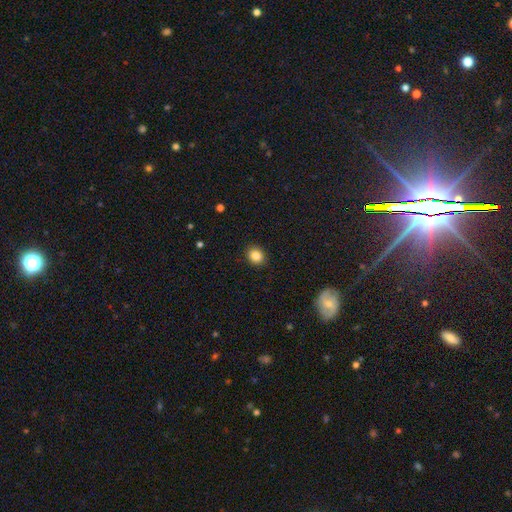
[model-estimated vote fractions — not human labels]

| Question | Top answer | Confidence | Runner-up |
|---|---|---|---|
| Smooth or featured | smooth | 85% | star or artifact (10%) |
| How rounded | round | 64% | in between (35%) |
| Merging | none | 91% | minor disturbance (6%) |